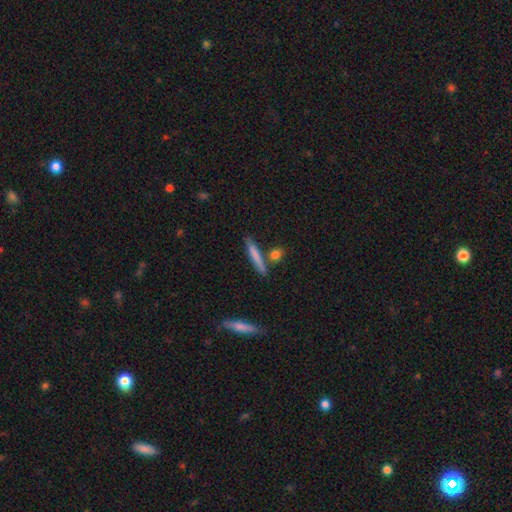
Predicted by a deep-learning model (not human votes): smooth_or_featured: smooth (p=0.73) [alt: featured or disk p=0.21]
how_rounded: cigar-shaped (p=0.89) [alt: in between p=0.07]
merging: none (p=0.76) [alt: minor disturbance p=0.11]